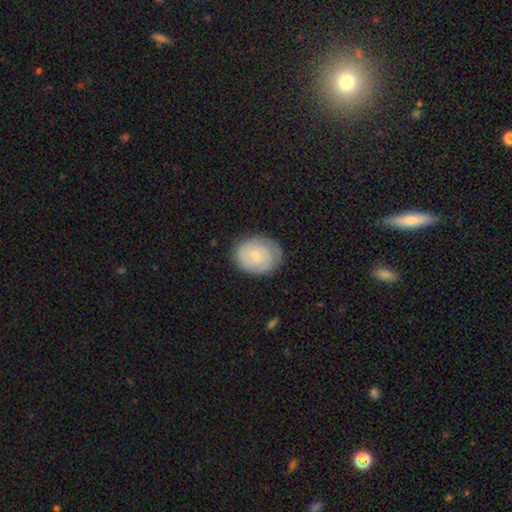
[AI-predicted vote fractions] A smooth galaxy with no disk features (49%). Merging: none (80%).